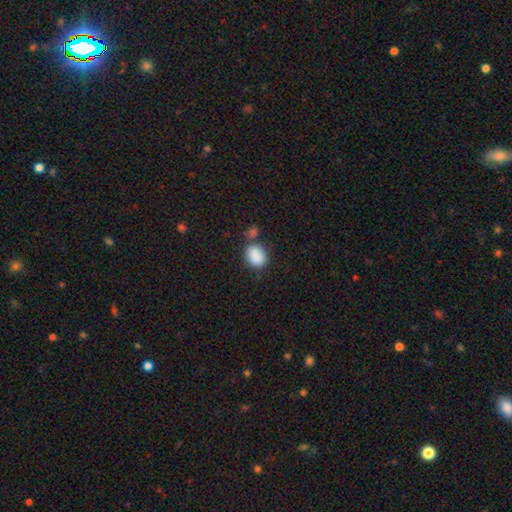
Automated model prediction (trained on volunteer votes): A smooth galaxy with no disk features (88%) that is in between round and cigar-shaped (62%). Merging: none (64%).